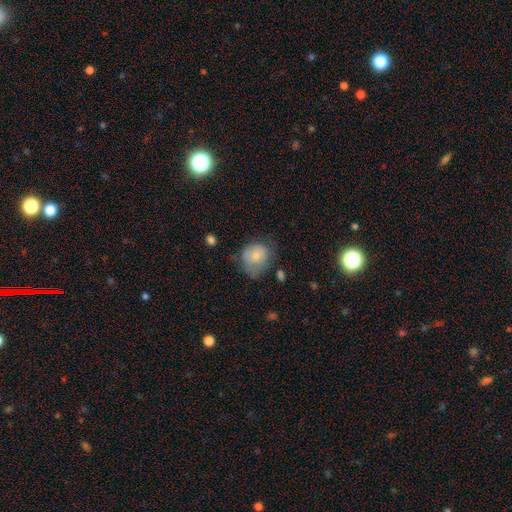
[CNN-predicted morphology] Smooth or featured?
  - smooth: 75% *
  - featured or disk: 17%
  - star or artifact: 8%
How rounded?
  - round: 64% *
  - in between: 35%
  - cigar-shaped: 1%
Merging?
  - none: 44% *
  - minor disturbance: 35%
  - major disturbance: 17%
  - merger: 3%